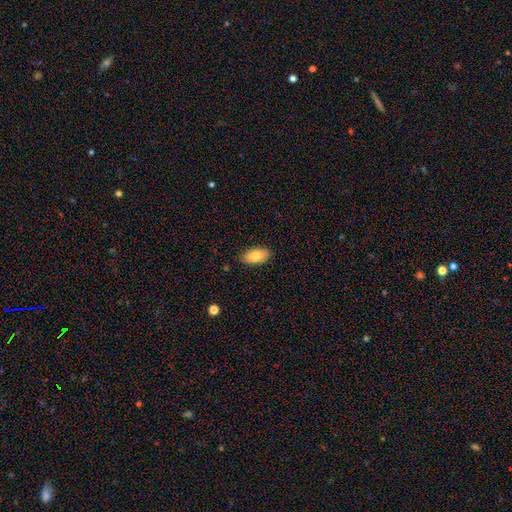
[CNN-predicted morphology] Smooth or featured?
  - smooth: 80% *
  - featured or disk: 13%
  - star or artifact: 7%
How rounded?
  - in between: 93% *
  - cigar-shaped: 4%
  - round: 3%
Merging?
  - none: 87% *
  - minor disturbance: 10%
  - major disturbance: 2%
  - merger: 1%